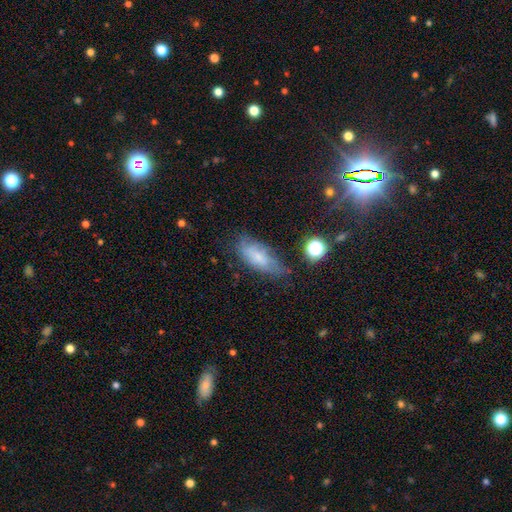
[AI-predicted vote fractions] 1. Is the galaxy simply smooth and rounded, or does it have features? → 59% smooth, 30% featured or disk, 11% star or artifact.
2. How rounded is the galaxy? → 78% in between, 19% cigar-shaped, 3% round.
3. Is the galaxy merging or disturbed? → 56% none, 30% minor disturbance, 10% major disturbance, 3% merger.